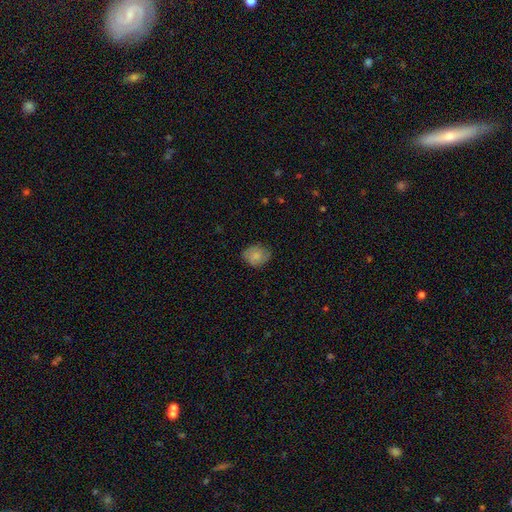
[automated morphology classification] The model was most divided on "how rounded": round: 57%, in between: 42%, cigar-shaped: 1%. More confident: merging — none (73%); smooth or featured — smooth (71%).